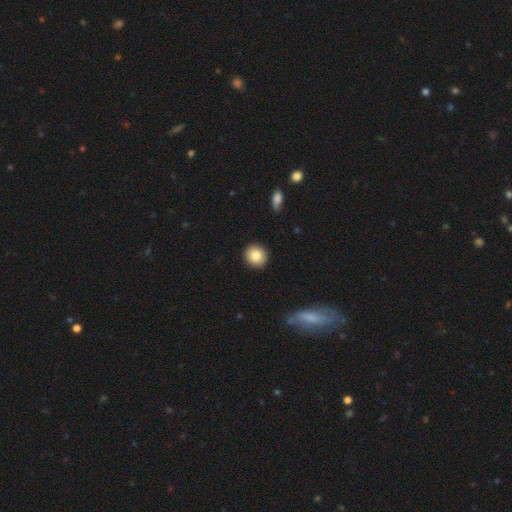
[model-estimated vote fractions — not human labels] Q: Smooth or featured?
A: smooth (84%); runner-up: star or artifact (8%)
Q: How rounded?
A: round (88%); runner-up: in between (11%)
Q: Merging?
A: none (91%); runner-up: minor disturbance (6%)